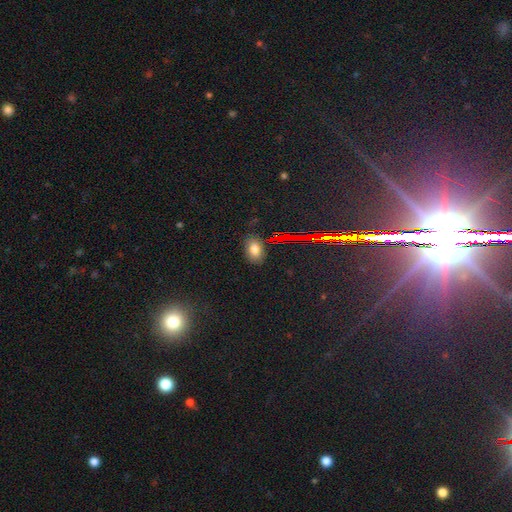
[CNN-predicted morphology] A smooth galaxy with no disk features (67%) that is in between round and cigar-shaped (78%).

Vote fractions:
- Smooth or featured? smooth: 67% / star or artifact: 24% / featured or disk: 10%
- How rounded? in between: 78% / round: 20% / cigar-shaped: 2%
- Merging? none: 84% / minor disturbance: 11% / major disturbance: 3% / merger: 2%